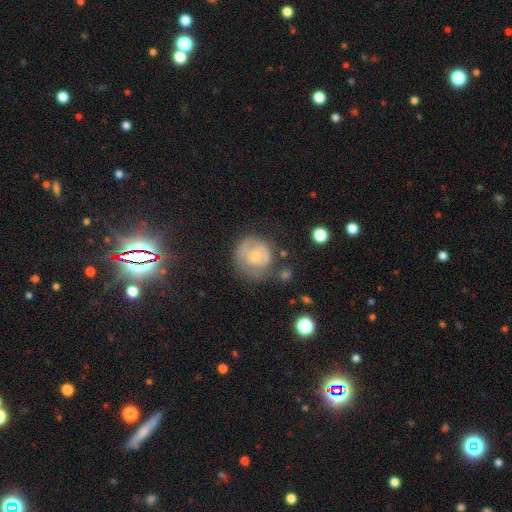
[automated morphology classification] A featured or disk galaxy (49%).

Vote fractions:
- Smooth or featured? featured or disk: 49% / smooth: 43% / star or artifact: 8%
- Merging? none: 50% / minor disturbance: 27% / major disturbance: 18% / merger: 5%